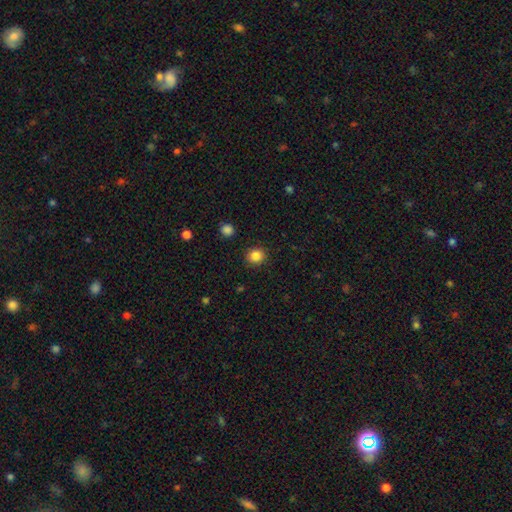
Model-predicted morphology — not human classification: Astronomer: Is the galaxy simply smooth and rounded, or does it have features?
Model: smooth — 85%.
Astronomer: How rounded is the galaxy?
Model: round — 90%.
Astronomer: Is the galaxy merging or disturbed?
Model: none — 91%.